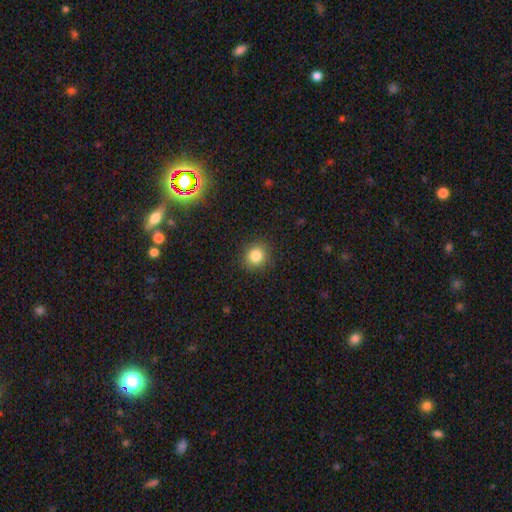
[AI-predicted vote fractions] smooth 83%, star or artifact 11%, featured or disk 6%. Down the decision tree: how rounded — round (82%); merging — none (90%).